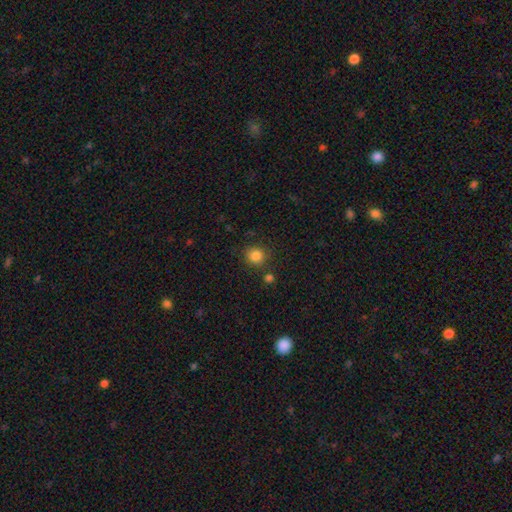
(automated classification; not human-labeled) Smooth or featured? smooth (84%)
How rounded? round (90%)
Merging? none (82%)